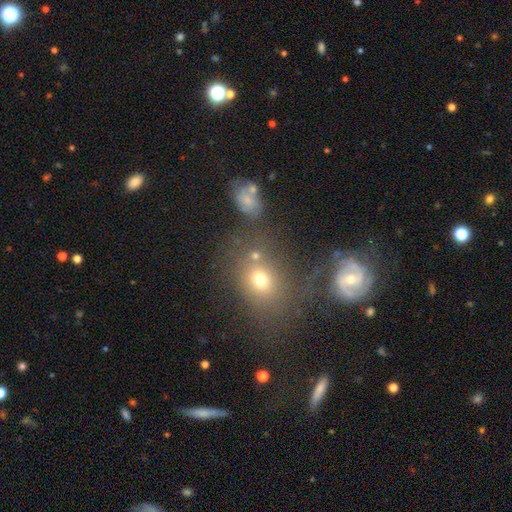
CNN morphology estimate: smooth_or_featured: smooth (p=0.62) [alt: star or artifact p=0.21]
how_rounded: round (p=0.56) [alt: in between p=0.43]
merging: none (p=0.57) [alt: merger p=0.22]